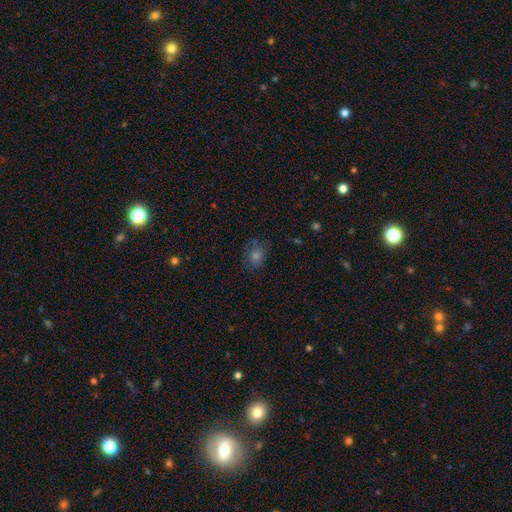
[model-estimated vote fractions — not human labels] Morphology: type=smooth (61%); roundness=round (55%); merging=none (72%).